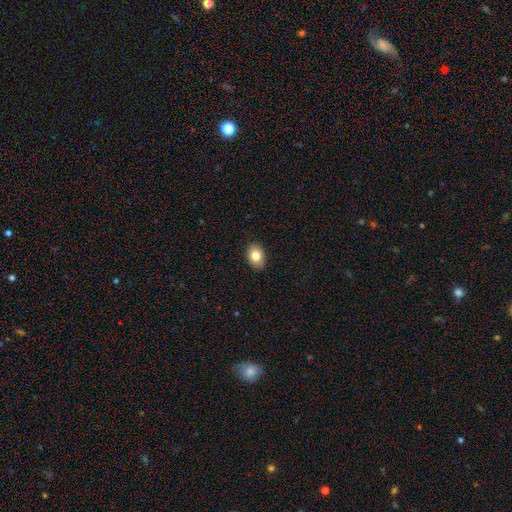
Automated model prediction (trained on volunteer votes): This is clearly a smooth galaxy (82%). How rounded: likely in between (76%). Merging: clearly none (89%).